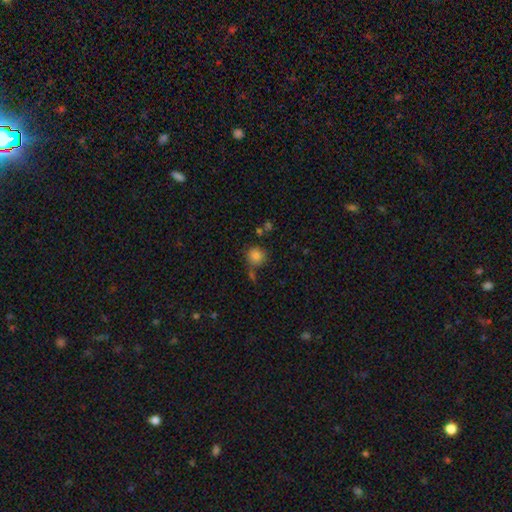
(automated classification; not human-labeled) smooth_or_featured: smooth (p=0.83) [alt: star or artifact p=0.10]
how_rounded: round (p=0.91) [alt: in between p=0.08]
merging: none (p=0.69) [alt: merger p=0.14]